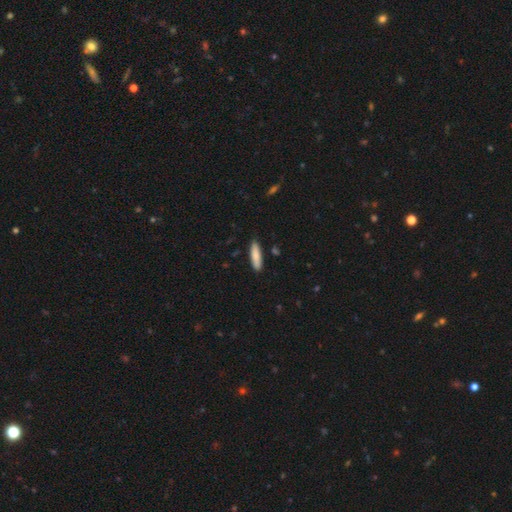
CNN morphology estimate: This is clearly a smooth galaxy (84%). How rounded: likely cigar-shaped (70%). Merging: clearly none (88%).